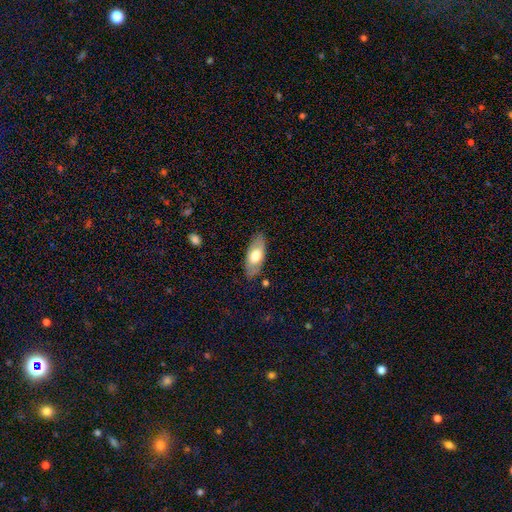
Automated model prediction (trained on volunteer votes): smooth 62%, featured or disk 32%, star or artifact 6%. Down the decision tree: how rounded — in between (86%); merging — none (83%).